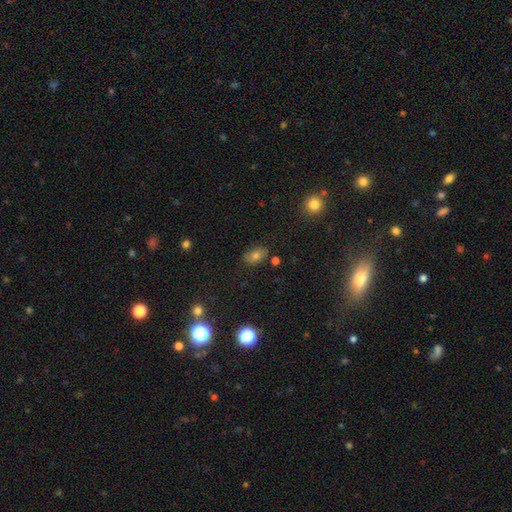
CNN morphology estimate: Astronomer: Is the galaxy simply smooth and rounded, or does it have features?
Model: smooth — 68%.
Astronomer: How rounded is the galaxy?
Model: in between — 79%.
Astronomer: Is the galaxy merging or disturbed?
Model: none — 78%.